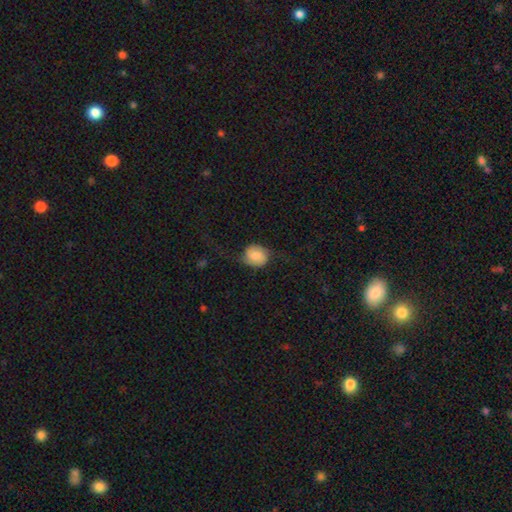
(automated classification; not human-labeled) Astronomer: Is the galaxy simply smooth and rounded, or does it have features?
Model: smooth — 61%.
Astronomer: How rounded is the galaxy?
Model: round — 67%.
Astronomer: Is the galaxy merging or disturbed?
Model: none — 56%.